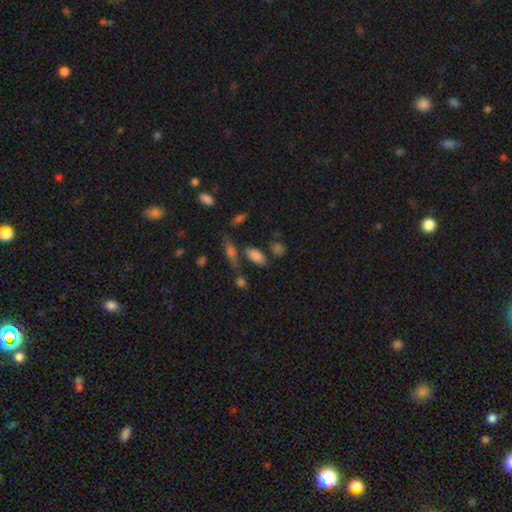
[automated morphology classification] The model was most divided on "merging": none: 67%, minor disturbance: 14%, merger: 13%, major disturbance: 6%. More confident: how rounded — in between (86%); smooth or featured — smooth (81%).